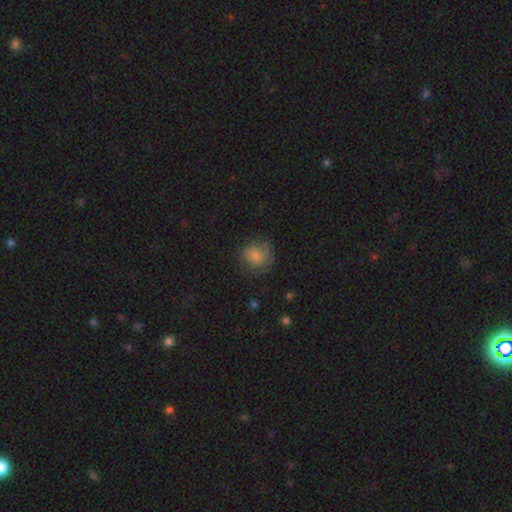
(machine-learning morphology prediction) Q: Smooth or featured?
A: smooth (71%); runner-up: featured or disk (17%)
Q: How rounded?
A: round (83%); runner-up: in between (16%)
Q: Merging?
A: none (68%); runner-up: minor disturbance (22%)